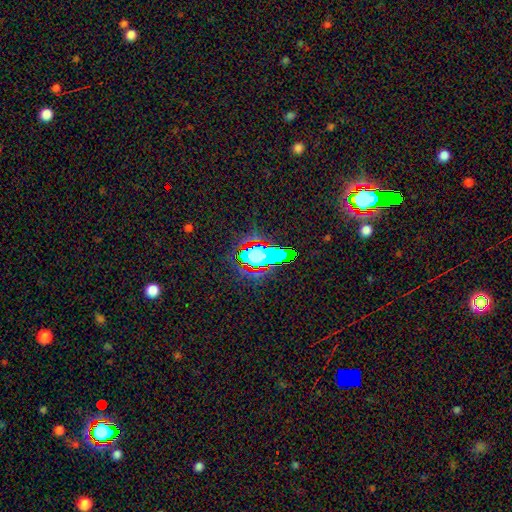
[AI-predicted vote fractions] A star or artifact, not a galaxy (50%).